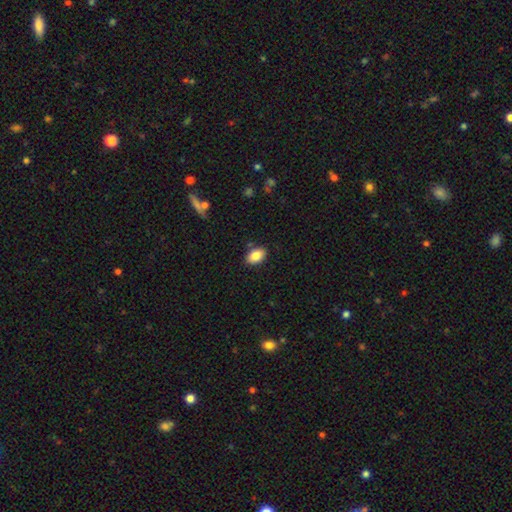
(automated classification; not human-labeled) Overall: smooth (85%). How rounded: in between (89%). Merging: none (85%).